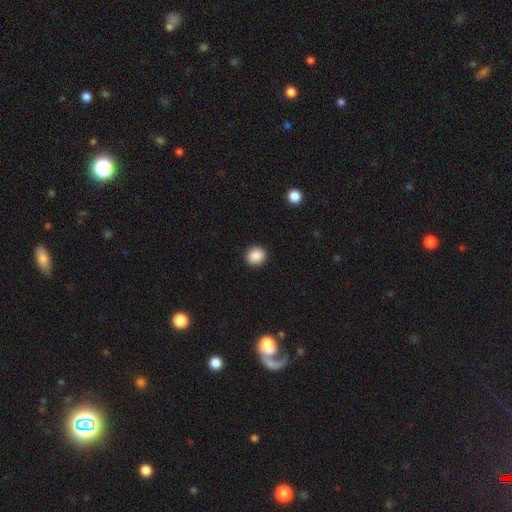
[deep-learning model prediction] Morphology: type=smooth (89%); roundness=round (86%); merging=none (92%).